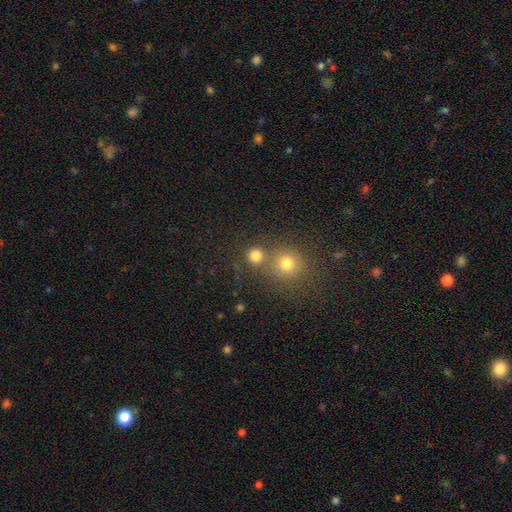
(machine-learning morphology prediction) smooth_or_featured: smooth (p=0.79) [alt: star or artifact p=0.15]
how_rounded: round (p=0.90) [alt: in between p=0.09]
merging: none (p=0.64) [alt: merger p=0.25]